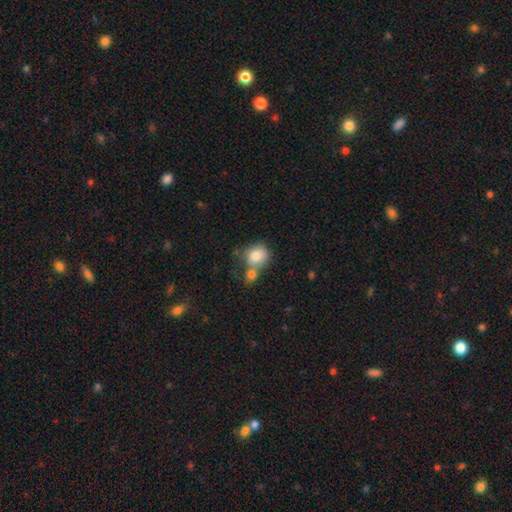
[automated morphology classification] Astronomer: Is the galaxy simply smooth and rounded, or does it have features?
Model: smooth — 81%.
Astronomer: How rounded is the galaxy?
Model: round — 70%.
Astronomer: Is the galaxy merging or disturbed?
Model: merger — 45% (runner-up: none, 37%).